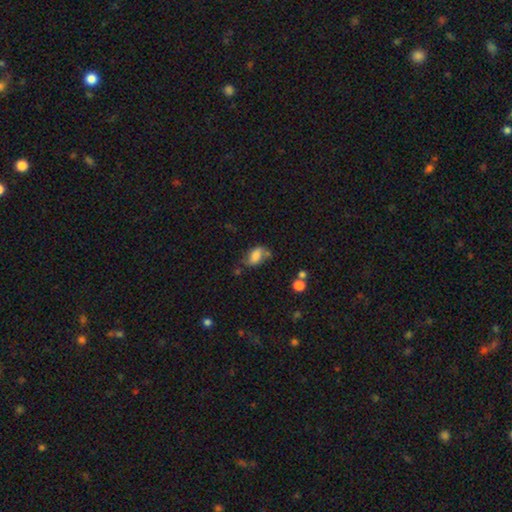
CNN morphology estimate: Overall: smooth (63%; featured or disk 26%). How rounded: in between (87%). Merging: none (45%; minor disturbance 30%).